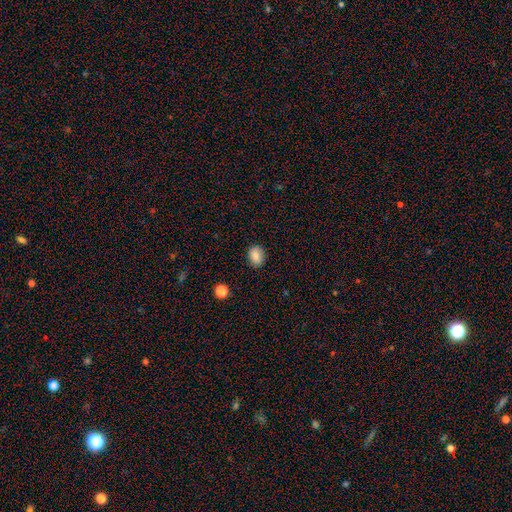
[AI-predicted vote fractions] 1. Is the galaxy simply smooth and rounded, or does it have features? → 85% smooth, 9% star or artifact, 5% featured or disk.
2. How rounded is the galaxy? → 57% in between, 42% round, 1% cigar-shaped.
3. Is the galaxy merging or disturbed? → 87% none, 10% minor disturbance, 2% major disturbance, 1% merger.